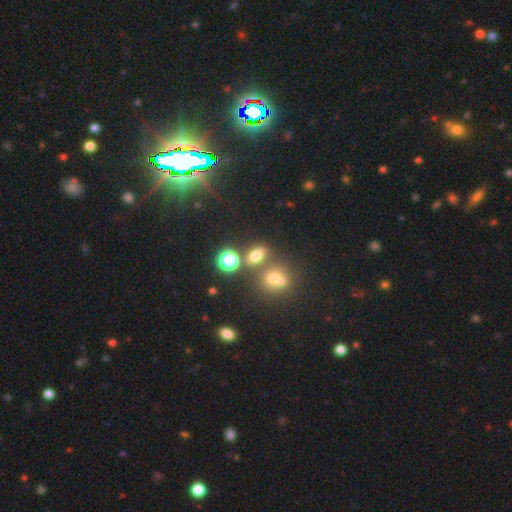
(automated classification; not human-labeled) smooth-or-featured: smooth: 66% | star or artifact: 24% | featured or disk: 11%
  how-rounded: in between: 63% | round: 32% | cigar-shaped: 5%
  merging: none: 65% | merger: 20% | minor disturbance: 10% | major disturbance: 4%